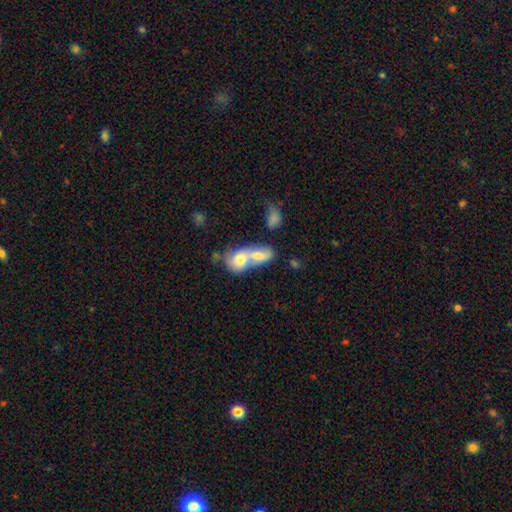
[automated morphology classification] This is likely a smooth galaxy (62%). How rounded: likely in between (73%). Merging: likely merger (80%).